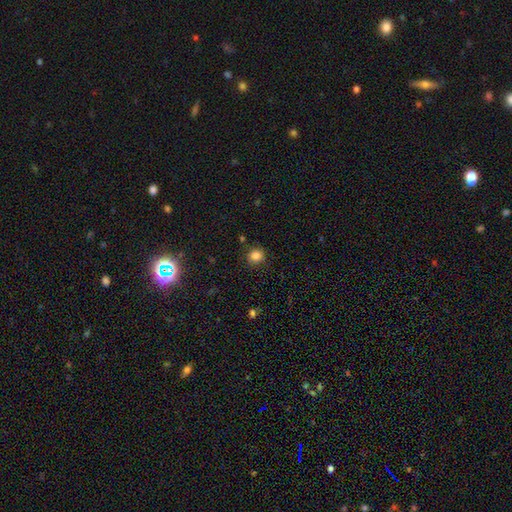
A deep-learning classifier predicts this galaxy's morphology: Smooth or featured?
  - smooth: 83% *
  - star or artifact: 12%
  - featured or disk: 5%
How rounded?
  - round: 88% *
  - in between: 11%
  - cigar-shaped: 1%
Merging?
  - none: 84% *
  - minor disturbance: 11%
  - major disturbance: 3%
  - merger: 2%